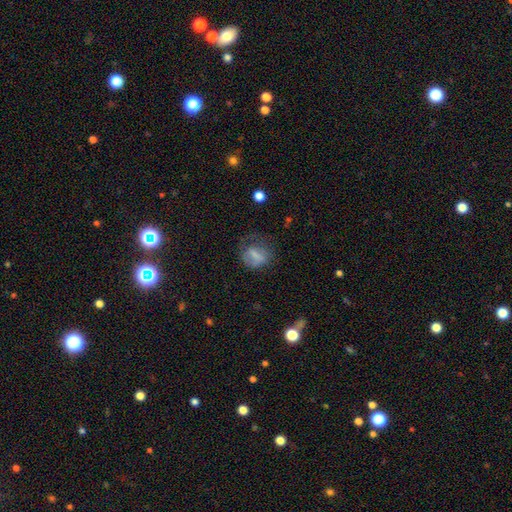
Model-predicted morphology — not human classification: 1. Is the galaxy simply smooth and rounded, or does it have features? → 65% smooth, 24% featured or disk, 10% star or artifact.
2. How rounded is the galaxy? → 50% round, 47% in between, 4% cigar-shaped.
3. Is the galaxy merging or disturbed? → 43% none, 28% major disturbance, 26% minor disturbance, 2% merger.